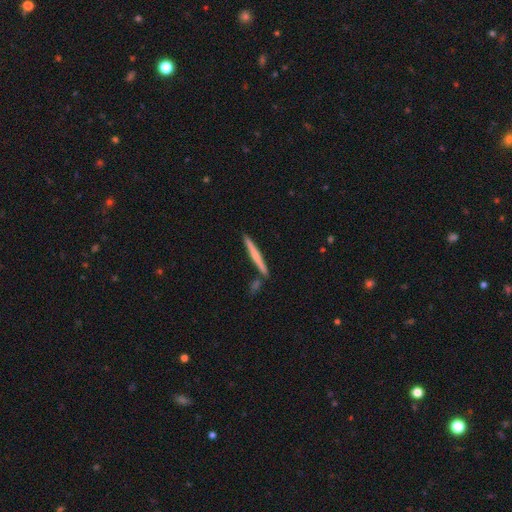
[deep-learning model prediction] Smooth or featured? Predicted: smooth (p=0.54). How rounded? Predicted: cigar-shaped (p=0.96). Merging? Predicted: none (p=0.82).